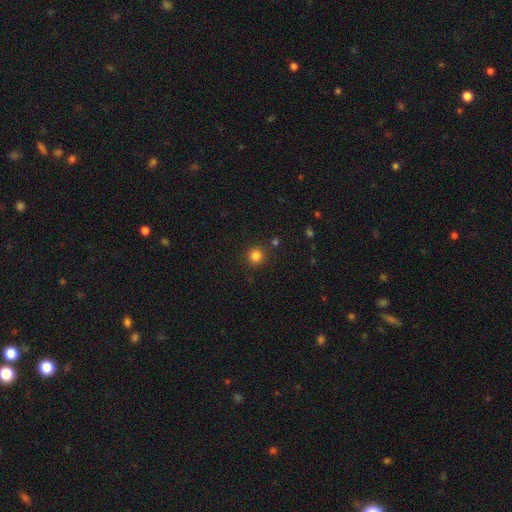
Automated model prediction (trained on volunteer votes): A smooth galaxy with no disk features (83%) that is round (94%).

Vote fractions:
- Smooth or featured? smooth: 83% / star or artifact: 13% / featured or disk: 4%
- How rounded? round: 94% / in between: 5% / cigar-shaped: 1%
- Merging? none: 88% / minor disturbance: 6% / merger: 4% / major disturbance: 2%